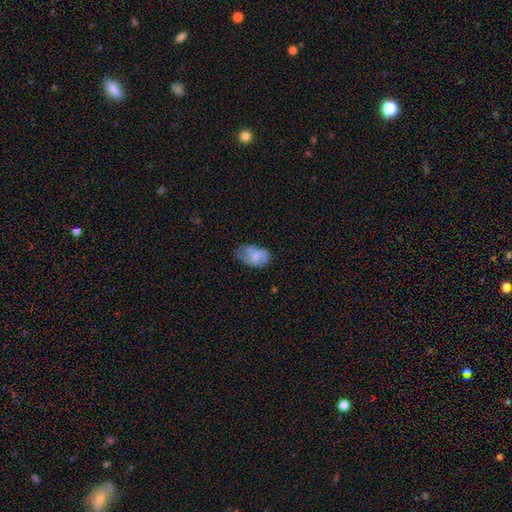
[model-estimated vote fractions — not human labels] The model was most divided on "merging": none: 49%, minor disturbance: 33%, major disturbance: 16%, merger: 2%. More confident: how rounded — in between (87%); smooth or featured — smooth (57%).